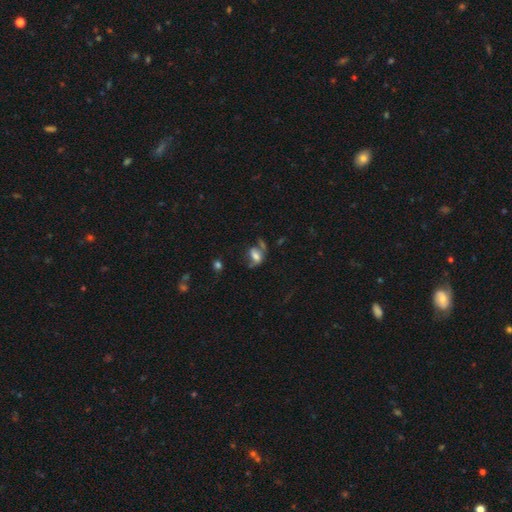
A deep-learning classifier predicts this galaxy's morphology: smooth_or_featured: smooth (p=0.49) [alt: featured or disk p=0.36]
merging: none (p=0.34) [alt: major disturbance p=0.28]